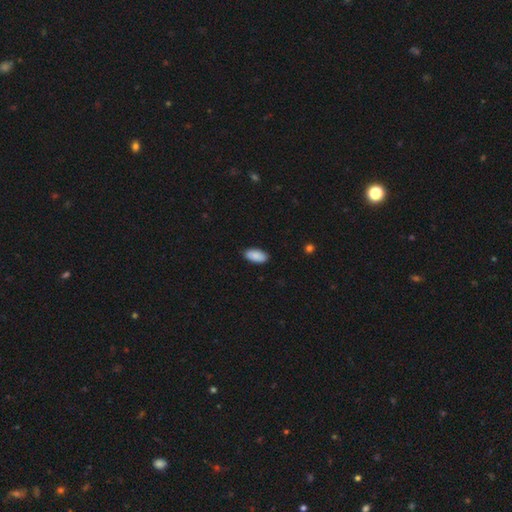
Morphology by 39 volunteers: Smooth or featured: smooth — 85% (featured or disk — 10%)
How rounded: in between — 91% (cigar-shaped — 6%)
Merging: none — 89% (minor disturbance — 5%)